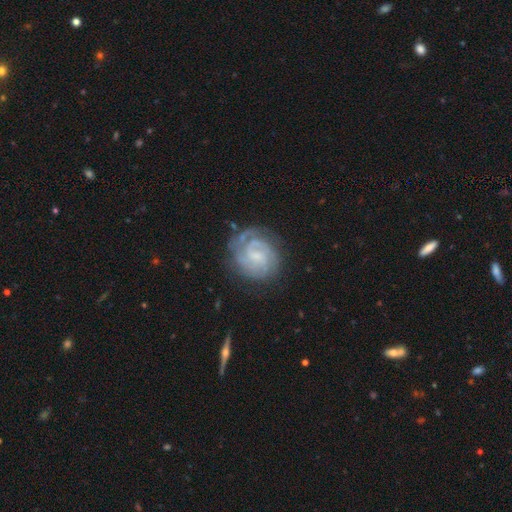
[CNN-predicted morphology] type=featured or disk (81%); edge-on=no (98%); bar=weak (50%); spiral arms=yes (95%); winding=tight (69%); arm count=2 (42%); bulge=small (53%); merging=none (74%).